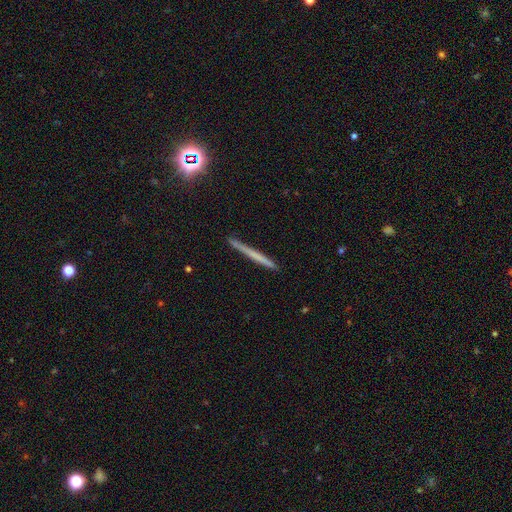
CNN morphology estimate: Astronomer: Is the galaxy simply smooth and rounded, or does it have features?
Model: smooth — 49% (runner-up: featured or disk, 42%).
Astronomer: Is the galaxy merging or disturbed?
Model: none — 89%.